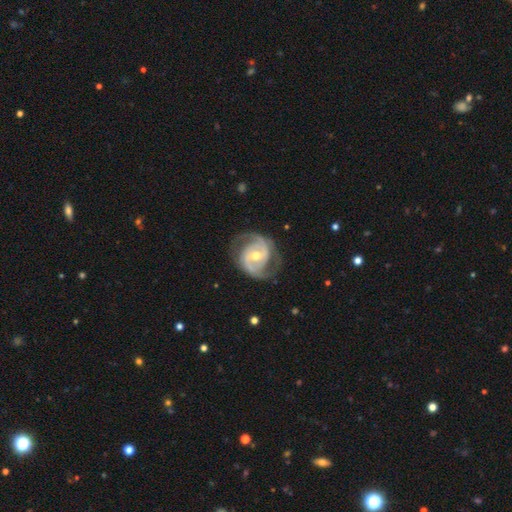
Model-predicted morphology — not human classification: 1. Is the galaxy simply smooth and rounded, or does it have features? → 90% featured or disk, 5% smooth, 4% star or artifact.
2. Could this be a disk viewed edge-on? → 98% no, 2% yes.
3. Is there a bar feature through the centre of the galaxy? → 47% no, 37% weak, 16% strong.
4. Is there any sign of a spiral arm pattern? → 97% yes, 3% no.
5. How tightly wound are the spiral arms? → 45% medium, 44% tight, 11% loose.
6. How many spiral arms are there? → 85% 2, 5% 3, 5% can't tell, 2% 1, 1% 4, 1% more than 4.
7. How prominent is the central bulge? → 65% moderate, 31% small, 3% large, 1% none, 1% dominant.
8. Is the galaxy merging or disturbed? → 75% none, 16% minor disturbance, 7% major disturbance, 1% merger.